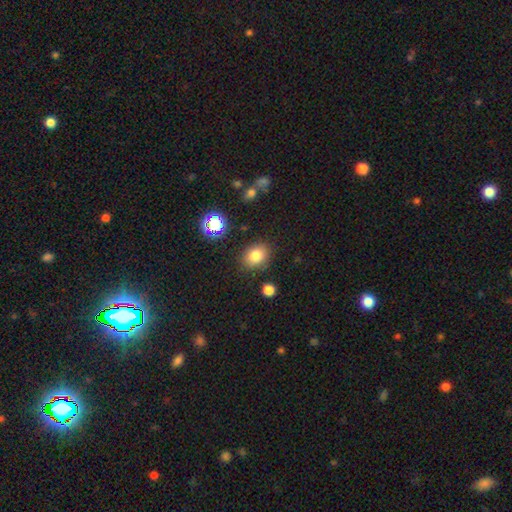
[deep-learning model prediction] Smooth or featured? Predicted: smooth (p=0.80). How rounded? Predicted: in between (p=0.54). Merging? Predicted: none (p=0.83).